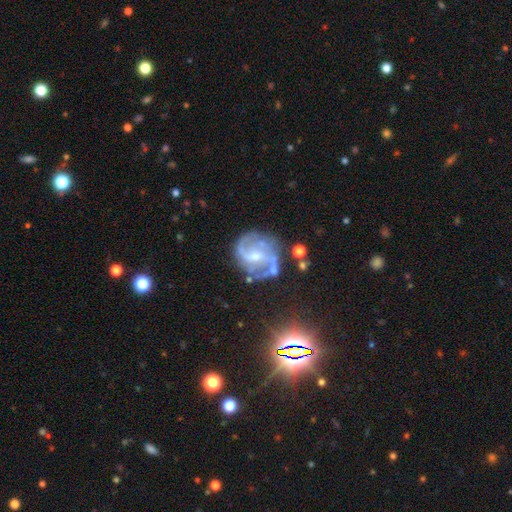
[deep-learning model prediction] Morphology: type=featured or disk (83%); edge-on=no (98%); bar=weak (49%); spiral arms=yes (92%); winding=medium (48%); arm count=2 (65%); bulge=small (48%); merging=none (62%).